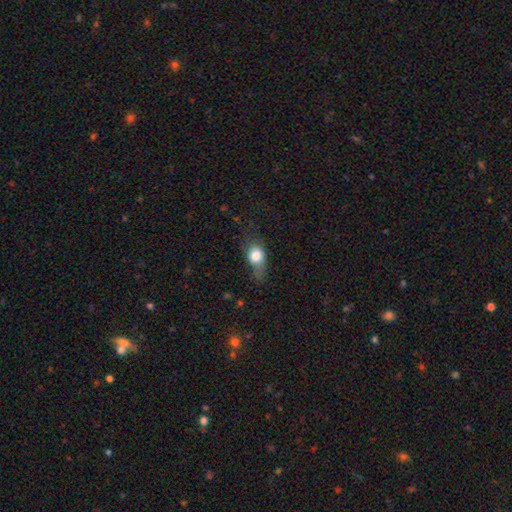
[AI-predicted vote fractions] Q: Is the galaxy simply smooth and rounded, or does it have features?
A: smooth — 76%.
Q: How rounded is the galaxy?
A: in between — 51%.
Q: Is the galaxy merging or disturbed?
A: none — 35%, tied with minor disturbance.